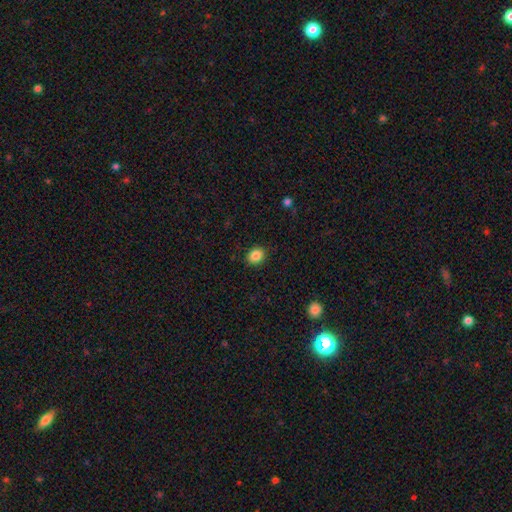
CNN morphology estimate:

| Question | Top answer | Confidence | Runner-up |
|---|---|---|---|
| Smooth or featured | smooth | 86% | star or artifact (9%) |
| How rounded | round | 55% | in between (44%) |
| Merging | none | 89% | minor disturbance (8%) |